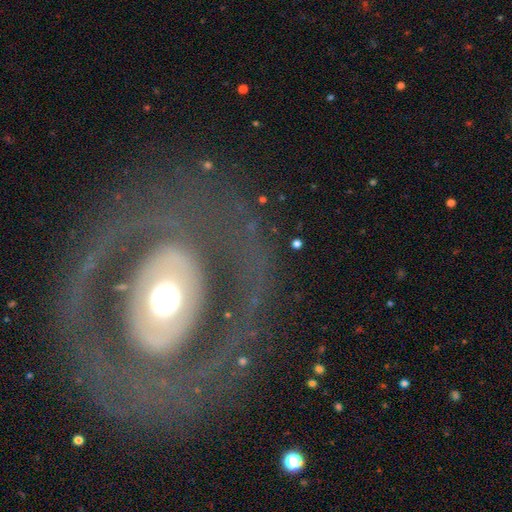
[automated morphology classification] Smooth or featured? Predicted: featured or disk (p=0.71). Edge-on disk? Predicted: no (p=0.94). Bar? Predicted: no (p=0.68). Spiral arms? Predicted: no (p=0.59). Bulge size? Predicted: moderate (p=0.54). Merging? Predicted: none (p=0.80).